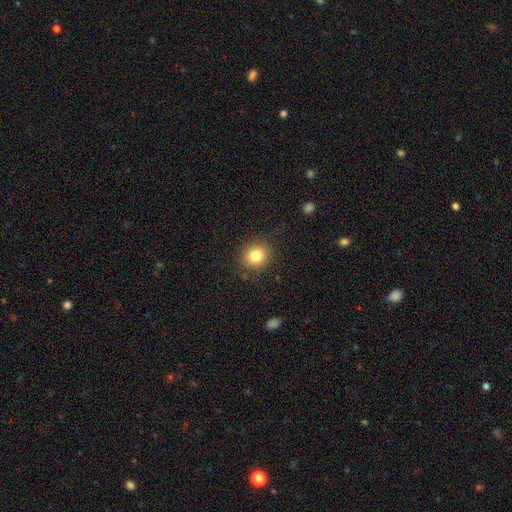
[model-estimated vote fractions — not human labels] A smooth galaxy with no disk features (82%) that is round (82%).

Vote fractions:
- Smooth or featured? smooth: 82% / star or artifact: 11% / featured or disk: 7%
- How rounded? round: 82% / in between: 17% / cigar-shaped: 1%
- Merging? none: 87% / minor disturbance: 9% / major disturbance: 3% / merger: 1%